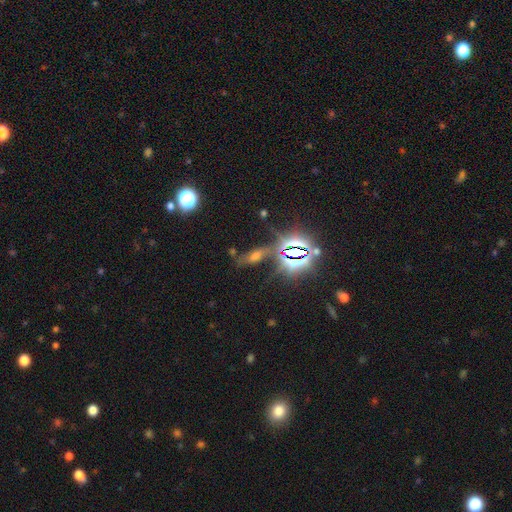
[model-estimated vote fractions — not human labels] Morphology: type=star or artifact (45%).